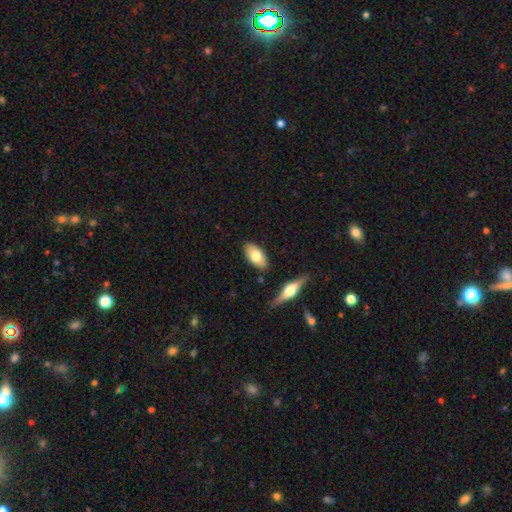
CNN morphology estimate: smooth_or_featured: smooth (p=0.70) [alt: featured or disk p=0.24]
how_rounded: in between (p=0.90) [alt: cigar-shaped p=0.07]
merging: none (p=0.84) [alt: minor disturbance p=0.10]